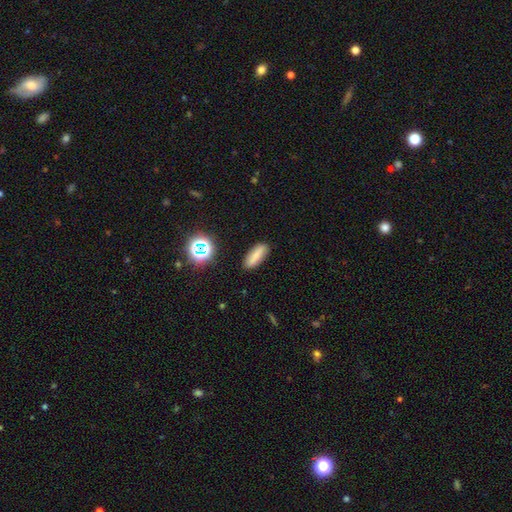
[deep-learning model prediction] Smooth or featured? smooth (73%)
How rounded? in between (57%)
Merging? none (88%)